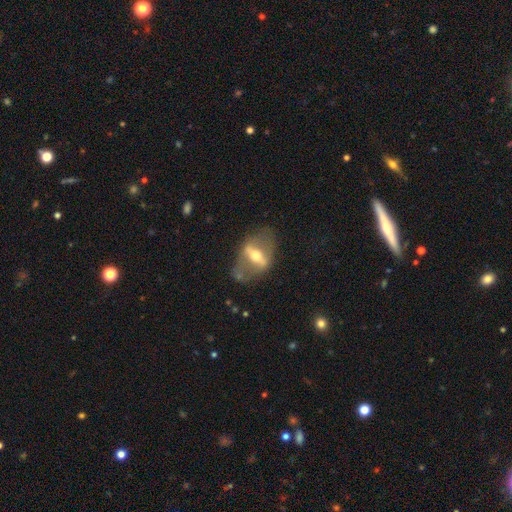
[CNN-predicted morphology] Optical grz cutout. It shows a featured or disk galaxy (71%). Merging: none (60%).